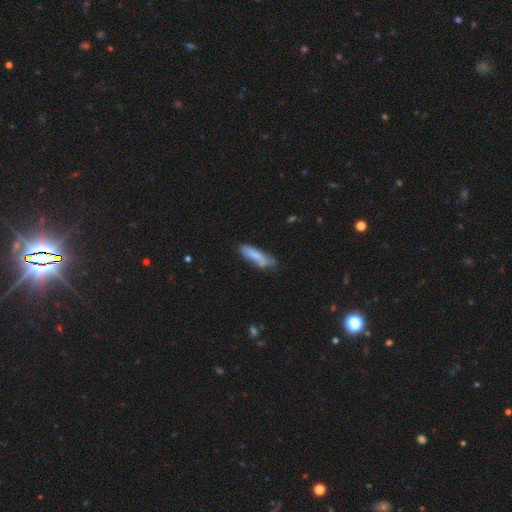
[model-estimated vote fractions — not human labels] A smooth galaxy with no disk features (73%) that is cigar-shaped (63%).

Vote fractions:
- Smooth or featured? smooth: 73% / featured or disk: 20% / star or artifact: 7%
- How rounded? cigar-shaped: 63% / in between: 35% / round: 2%
- Merging? none: 55% / minor disturbance: 29% / major disturbance: 9% / merger: 7%